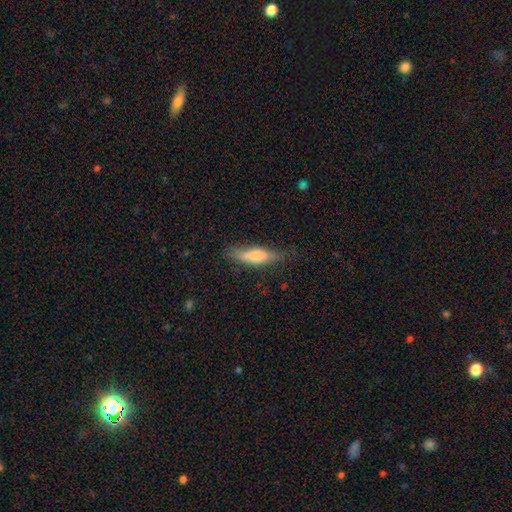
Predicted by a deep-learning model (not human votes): The model was most divided on "how rounded": cigar-shaped: 55%, in between: 43%, round: 2%. More confident: smooth or featured — smooth (70%); merging — none (66%).